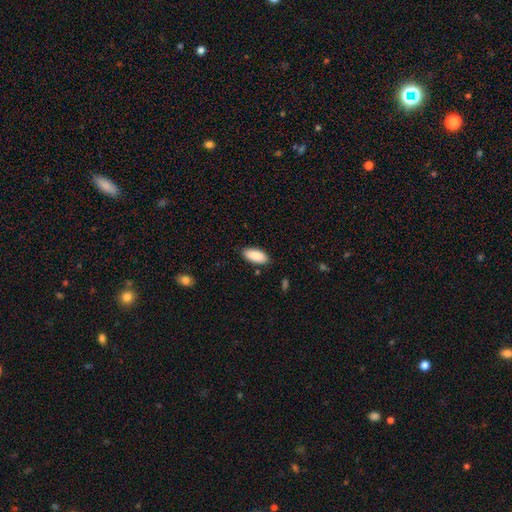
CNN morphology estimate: Smooth or featured? smooth (88%)
How rounded? in between (90%)
Merging? none (87%)